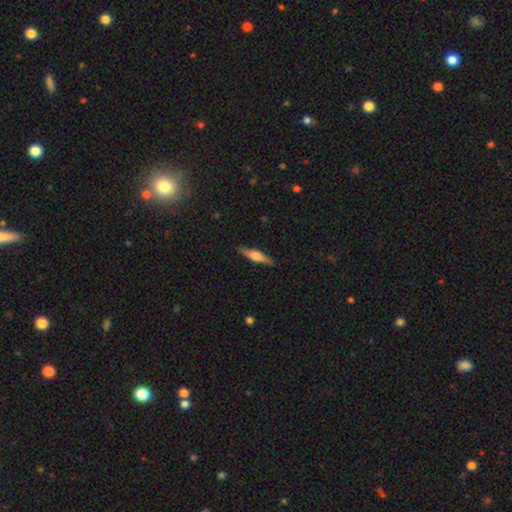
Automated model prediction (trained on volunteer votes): Overall: featured or disk (54%; smooth 40%). Edge-on disk: yes (96%). Edge-on bulge: rounded (79%). Merging: none (89%).